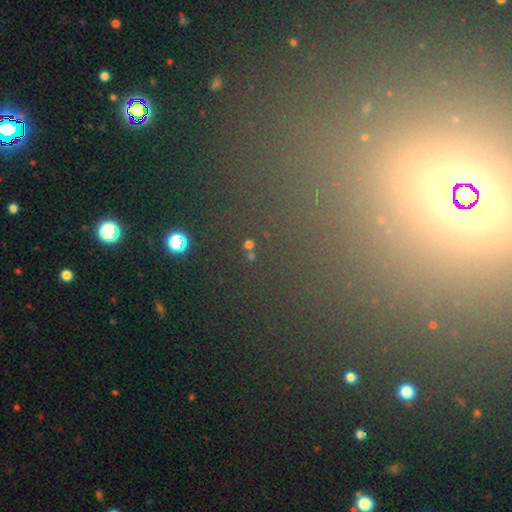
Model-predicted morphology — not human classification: smooth-or-featured: star or artifact: 68% | smooth: 21% | featured or disk: 11%